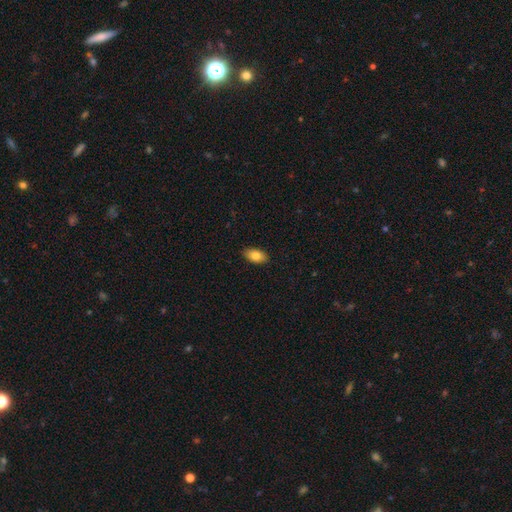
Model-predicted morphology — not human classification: A smooth galaxy with no disk features (82%) that is in between round and cigar-shaped (92%). Merging: none (89%).